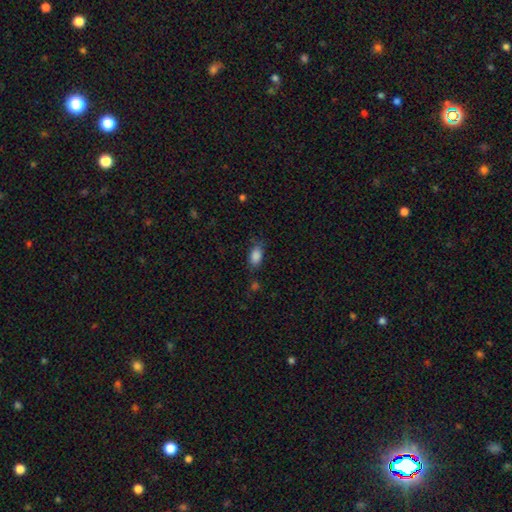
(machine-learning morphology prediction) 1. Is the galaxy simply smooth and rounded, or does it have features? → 86% smooth, 9% star or artifact, 5% featured or disk.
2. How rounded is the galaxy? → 89% in between, 8% round, 3% cigar-shaped.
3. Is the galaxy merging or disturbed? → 69% none, 21% minor disturbance, 7% major disturbance, 3% merger.